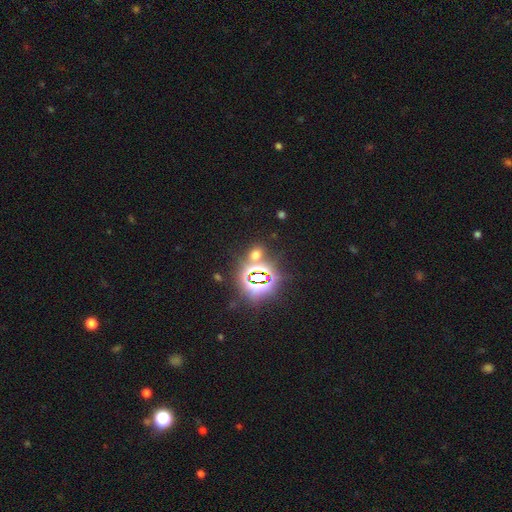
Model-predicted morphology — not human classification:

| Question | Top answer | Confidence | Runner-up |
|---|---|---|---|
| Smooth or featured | star or artifact | 55% | smooth (38%) |